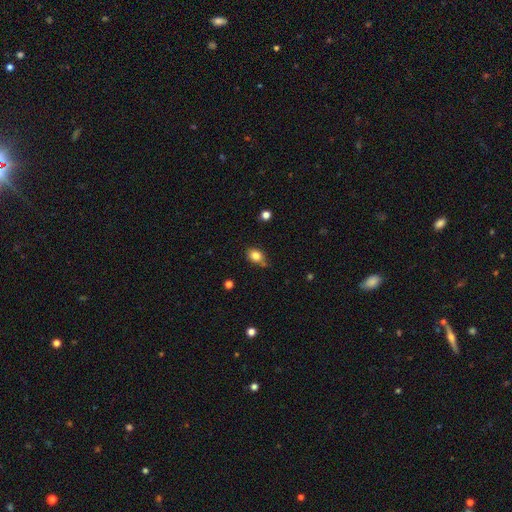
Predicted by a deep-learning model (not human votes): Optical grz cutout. It shows a smooth galaxy with no disk features (82%) that is in between round and cigar-shaped (57%). Merging: none (68%).